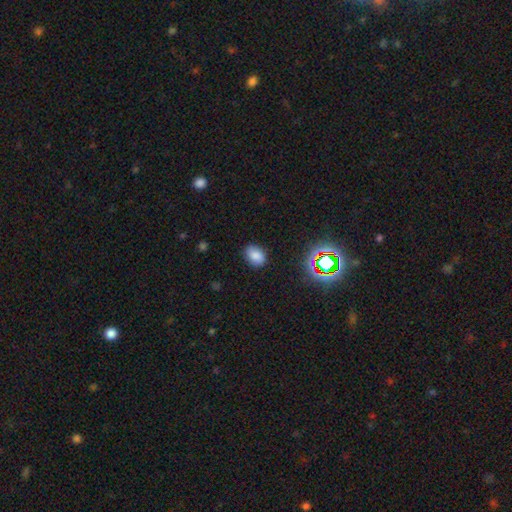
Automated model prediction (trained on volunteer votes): Smooth or featured? smooth (80%)
How rounded? in between (72%)
Merging? none (82%)